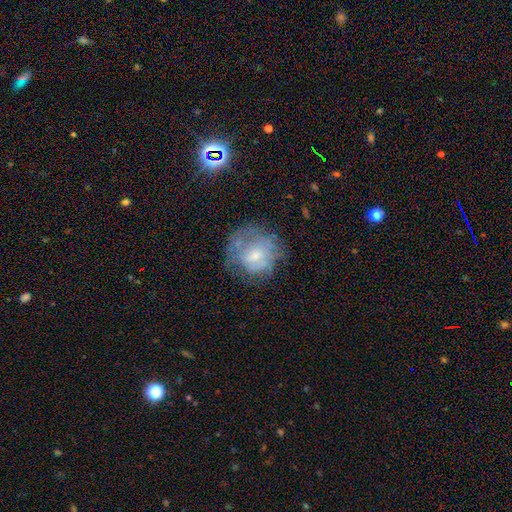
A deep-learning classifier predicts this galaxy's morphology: A featured or disk galaxy (47%). Merging: none (53%).